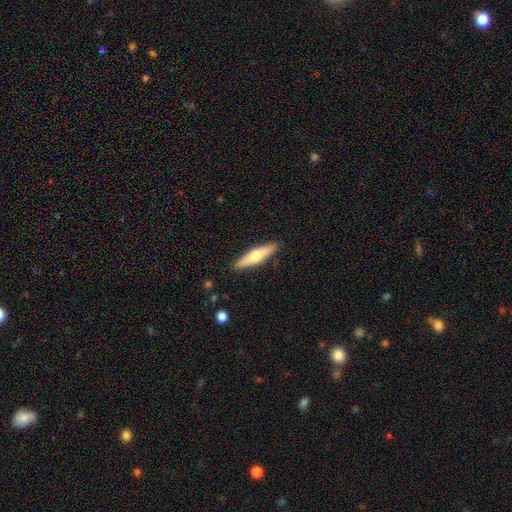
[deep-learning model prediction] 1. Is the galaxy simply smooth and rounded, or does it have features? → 50% smooth, 45% featured or disk, 5% star or artifact.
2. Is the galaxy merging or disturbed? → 90% none, 7% minor disturbance, 2% major disturbance, 1% merger.